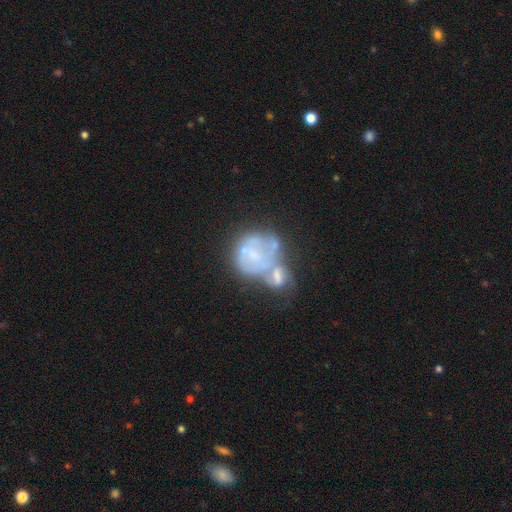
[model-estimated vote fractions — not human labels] Smooth or featured? Predicted: featured or disk (p=0.62). Edge-on disk? Predicted: no (p=0.98). Bar? Predicted: no (p=0.82). Spiral arms? Predicted: no (p=0.75). Bulge size? Predicted: none (p=0.43). Merging? Predicted: merger (p=0.50).